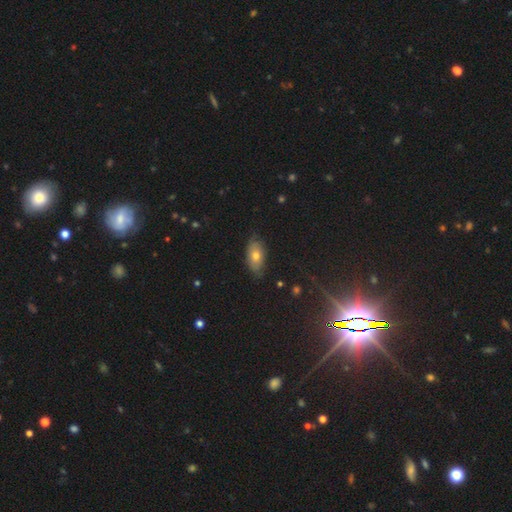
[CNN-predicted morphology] Q: Smooth or featured?
A: smooth (68%); runner-up: featured or disk (20%)
Q: How rounded?
A: in between (89%); runner-up: round (6%)
Q: Merging?
A: none (75%); runner-up: minor disturbance (20%)